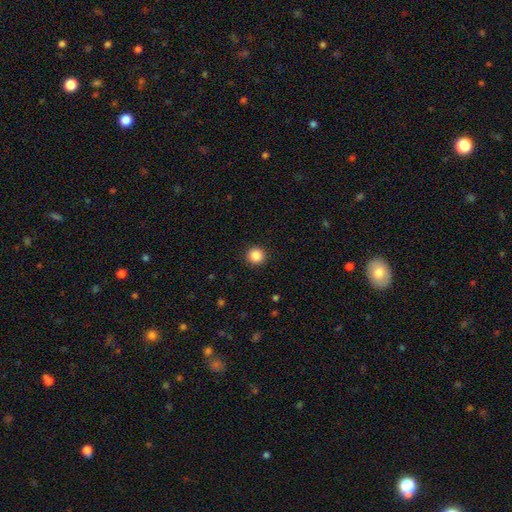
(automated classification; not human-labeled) The model was most divided on "smooth or featured": smooth: 86%, star or artifact: 10%, featured or disk: 3%. More confident: how rounded — round (95%); merging — none (93%).